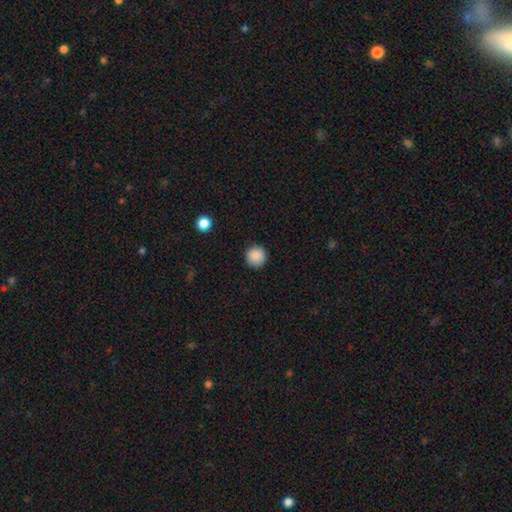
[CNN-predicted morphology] Smooth or featured? smooth (88%)
How rounded? round (95%)
Merging? none (91%)